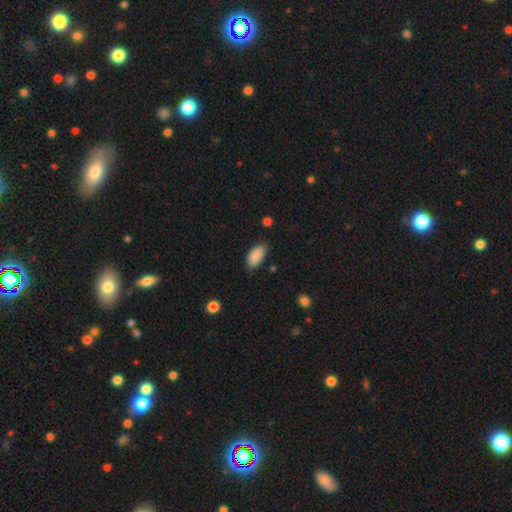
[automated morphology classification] Smooth or featured? Predicted: smooth (p=0.88). How rounded? Predicted: in between (p=0.93). Merging? Predicted: none (p=0.75).